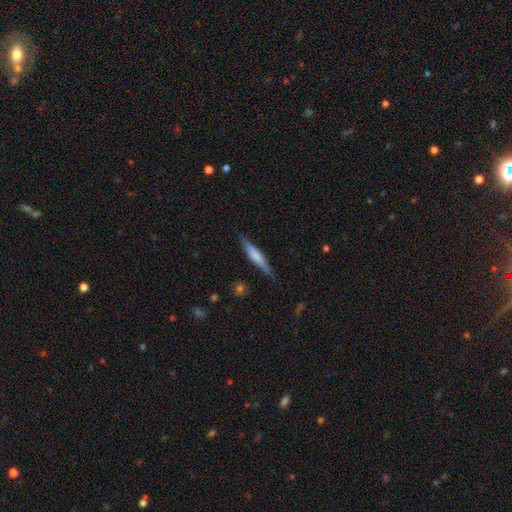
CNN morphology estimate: type=smooth (47%, tied with featured or disk); merging=none (83%).